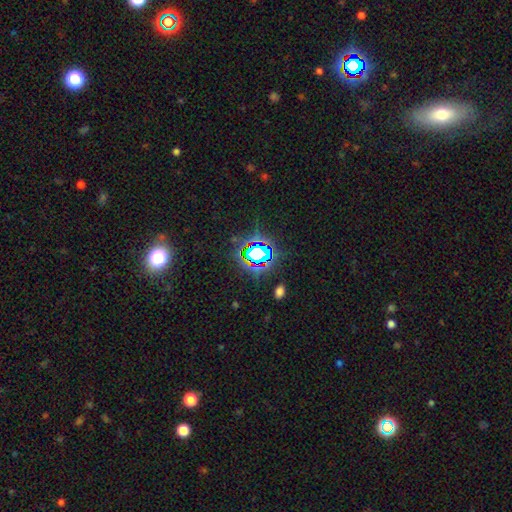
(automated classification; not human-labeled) The model was most divided on "smooth or featured": star or artifact: 70%, smooth: 18%, featured or disk: 12%.